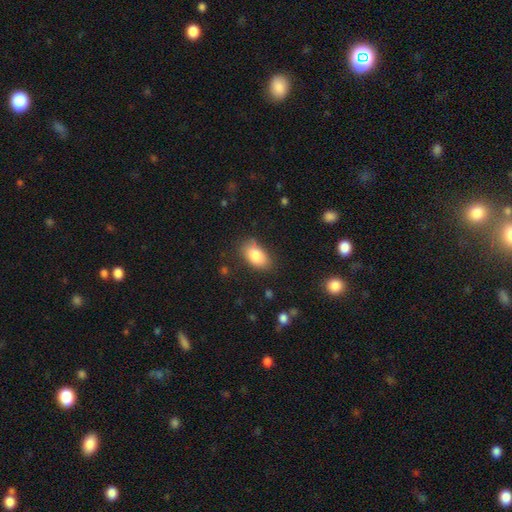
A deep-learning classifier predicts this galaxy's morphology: Smooth or featured? smooth (83%)
How rounded? in between (91%)
Merging? none (75%)